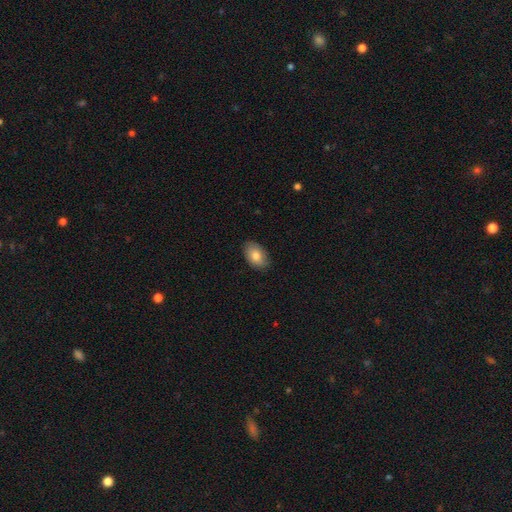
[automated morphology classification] Smooth or featured? smooth (82%)
How rounded? in between (90%)
Merging? none (86%)